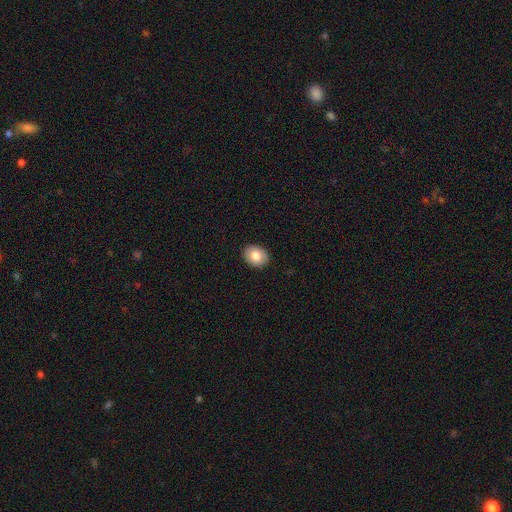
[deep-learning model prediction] The model was most divided on "how rounded": in between: 61%, round: 38%, cigar-shaped: 1%. More confident: merging — none (90%); smooth or featured — smooth (81%).